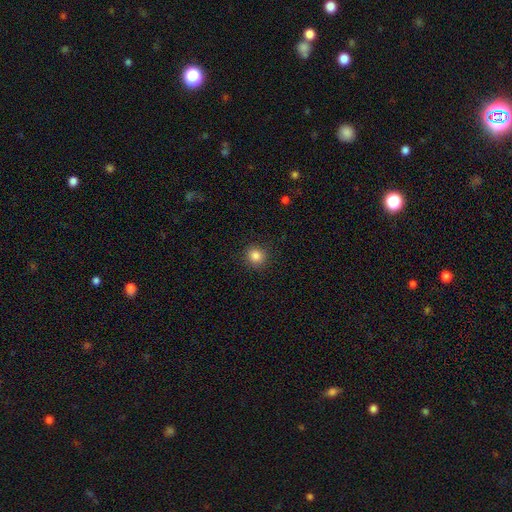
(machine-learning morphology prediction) A smooth galaxy with no disk features (84%) that is round (89%).

Vote fractions:
- Smooth or featured? smooth: 84% / star or artifact: 11% / featured or disk: 4%
- How rounded? round: 89% / in between: 10% / cigar-shaped: 1%
- Merging? none: 90% / minor disturbance: 6% / major disturbance: 2% / merger: 1%